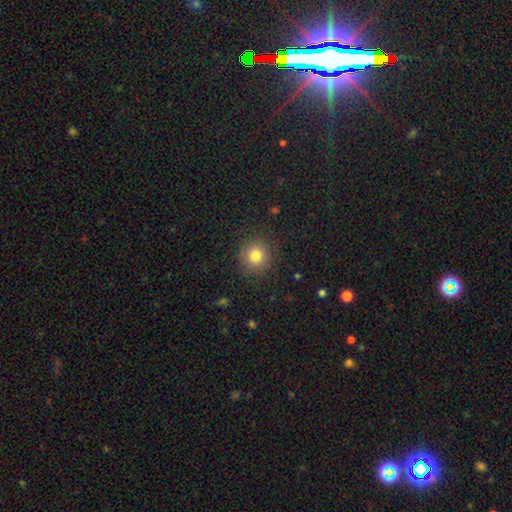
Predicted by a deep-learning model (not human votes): A smooth galaxy with no disk features (81%) that is round (91%). Merging: none (88%).